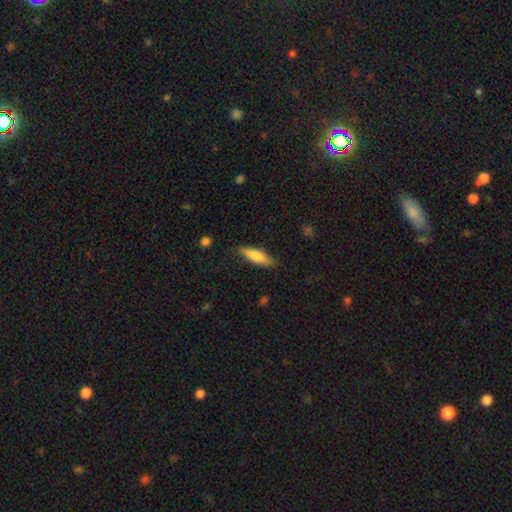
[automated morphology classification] Smooth or featured: smooth — 76% (featured or disk — 19%)
How rounded: cigar-shaped — 59% (in between — 39%)
Merging: none — 81% (minor disturbance — 14%)